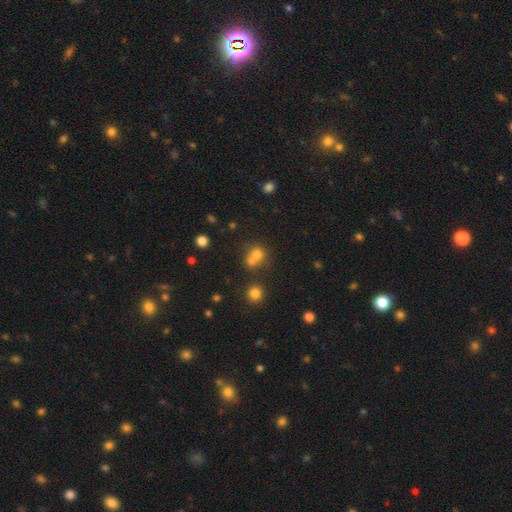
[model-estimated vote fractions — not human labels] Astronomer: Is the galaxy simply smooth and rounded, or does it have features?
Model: smooth — 71%.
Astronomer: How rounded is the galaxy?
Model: round — 78%.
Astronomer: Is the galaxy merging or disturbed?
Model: merger — 51% (runner-up: none, 38%).